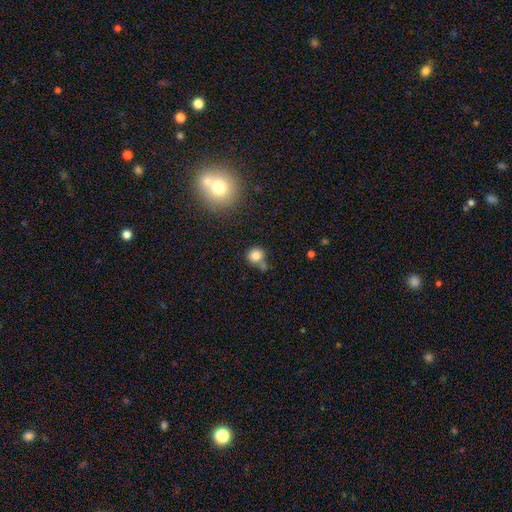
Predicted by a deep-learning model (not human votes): Q: Smooth or featured?
A: smooth (82%); runner-up: star or artifact (11%)
Q: How rounded?
A: round (86%); runner-up: in between (13%)
Q: Merging?
A: none (61%); runner-up: merger (20%)